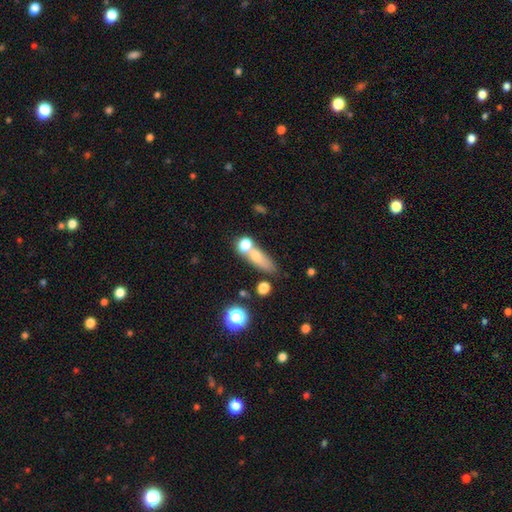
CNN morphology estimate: smooth-or-featured: smooth: 67% | featured or disk: 20% | star or artifact: 13%
  how-rounded: in between: 47% | cigar-shaped: 34% | round: 19%
  merging: merger: 42% | none: 35% | minor disturbance: 13% | major disturbance: 10%